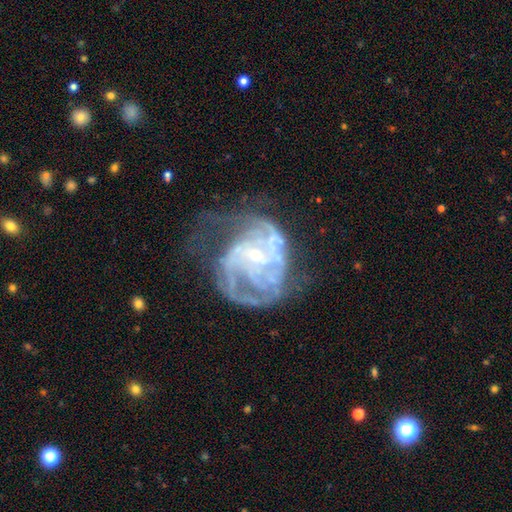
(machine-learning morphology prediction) A featured or disk galaxy (84%) with no bar (65%), medium (41%) spiral arms (86%) and a small central bulge (79%).

Vote fractions:
- Smooth or featured? featured or disk: 84% / star or artifact: 8% / smooth: 7%
- Edge-on disk? no: 98% / yes: 2%
- Bar? no: 65% / weak: 28% / strong: 8%
- Spiral arms? yes: 86% / no: 14%
- Spiral winding? medium: 41% / tight: 40% / loose: 19%
- Spiral arm count? can't tell: 35% / 3: 20% / 2: 19% / 4: 12% / 1: 7% / more than 4: 6%
- Bulge size? small: 79% / moderate: 16% / none: 3% / large: 1% / dominant: 1%
- Merging? major disturbance: 42% / none: 33% / minor disturbance: 21% / merger: 4%